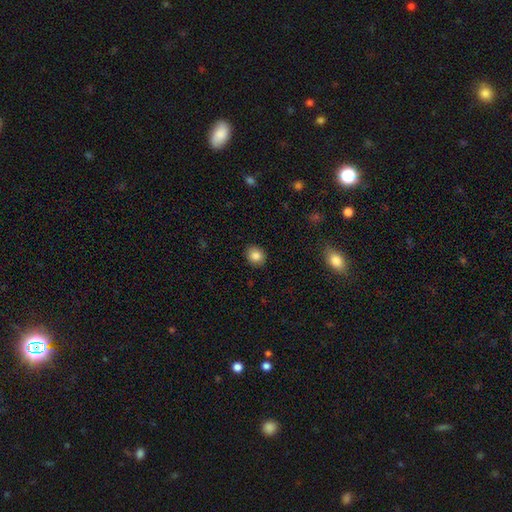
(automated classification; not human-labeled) A smooth galaxy with no disk features (85%) that is round (66%). Merging: none (90%).